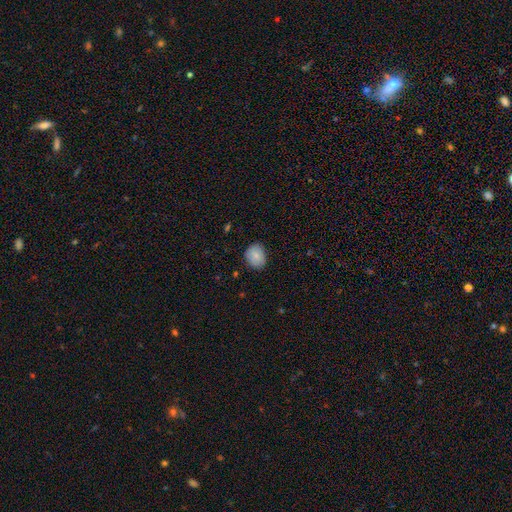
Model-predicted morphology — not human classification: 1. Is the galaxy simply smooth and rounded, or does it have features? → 82% smooth, 10% featured or disk, 8% star or artifact.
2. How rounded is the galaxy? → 58% round, 41% in between, 1% cigar-shaped.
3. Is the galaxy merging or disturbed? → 80% none, 16% minor disturbance, 3% major disturbance, 1% merger.